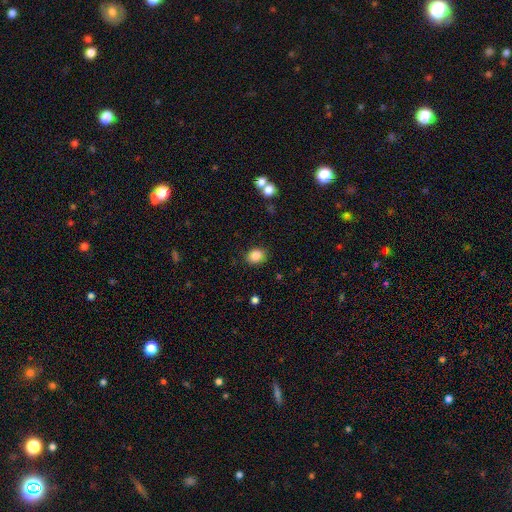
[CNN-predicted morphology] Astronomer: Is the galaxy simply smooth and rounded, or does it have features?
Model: smooth — 86%.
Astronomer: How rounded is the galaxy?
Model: round — 54% (runner-up: in between, 45%).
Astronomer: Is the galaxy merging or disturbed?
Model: none — 87%.